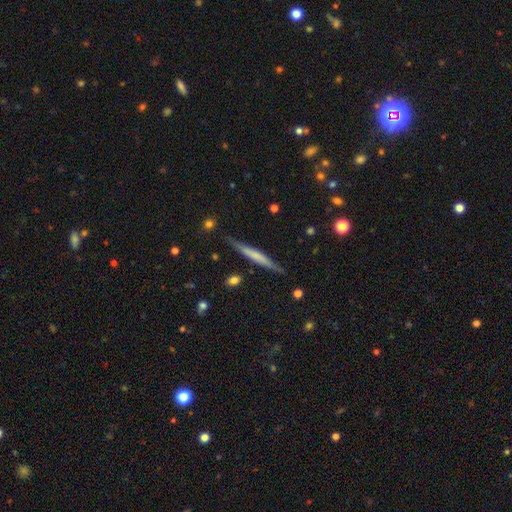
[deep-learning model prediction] A featured or disk galaxy (49%).

Vote fractions:
- Smooth or featured? featured or disk: 49% / smooth: 45% / star or artifact: 6%
- Merging? none: 86% / minor disturbance: 10% / major disturbance: 2% / merger: 2%